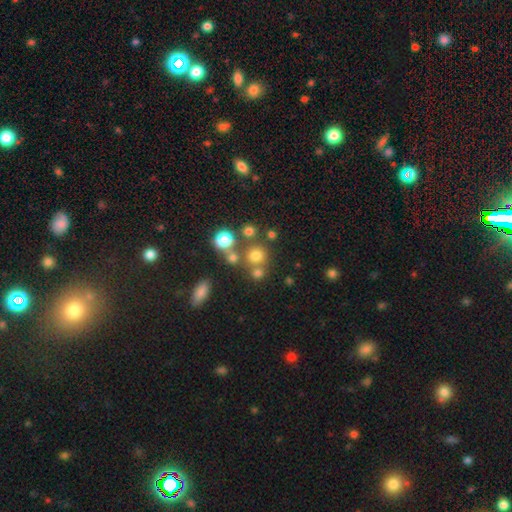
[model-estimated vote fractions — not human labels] Overall: smooth (70%). How rounded: round (87%). Merging: none (64%).